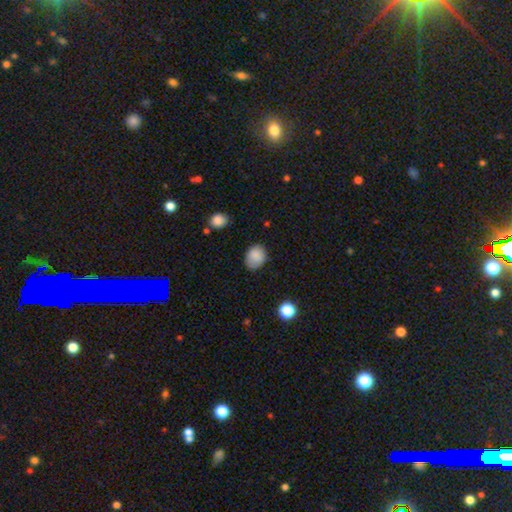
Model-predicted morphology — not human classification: smooth 86%, star or artifact 9%, featured or disk 6%. Down the decision tree: how rounded — in between (58%); merging — none (71%).